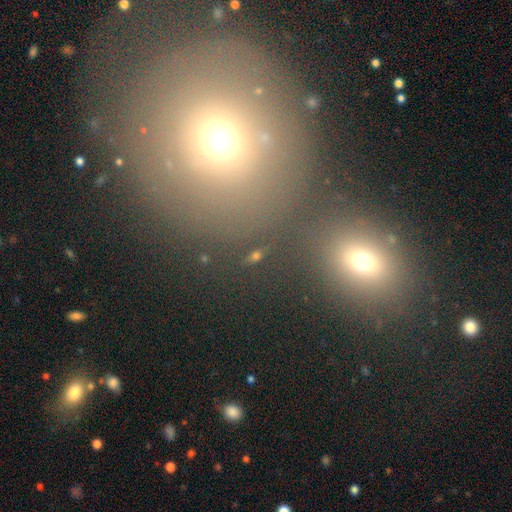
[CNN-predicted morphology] A smooth galaxy with no disk features (45%).

Vote fractions:
- Smooth or featured? smooth: 45% / star or artifact: 35% / featured or disk: 19%
- Merging? none: 81% / minor disturbance: 9% / merger: 5% / major disturbance: 5%